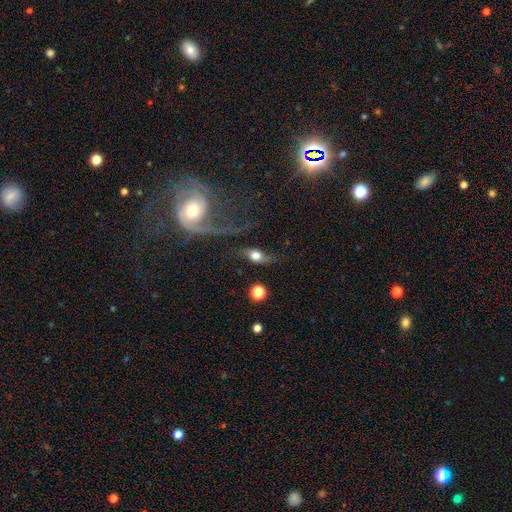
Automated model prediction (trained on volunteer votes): This is possibly a smooth galaxy (48%). Merging: possibly none (50%).